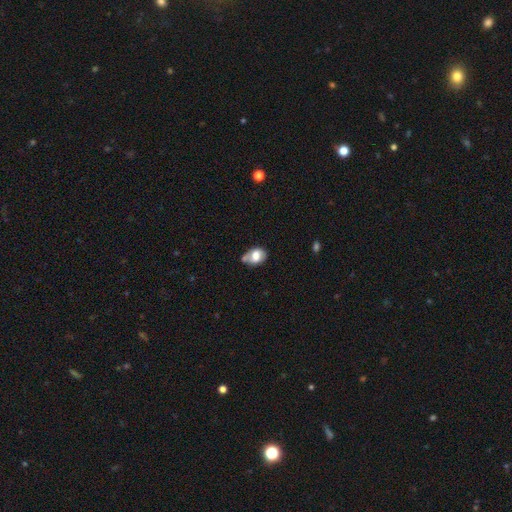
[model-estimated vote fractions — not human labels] A smooth galaxy with no disk features (69%) that is in between round and cigar-shaped (74%). Merging: none (41%).